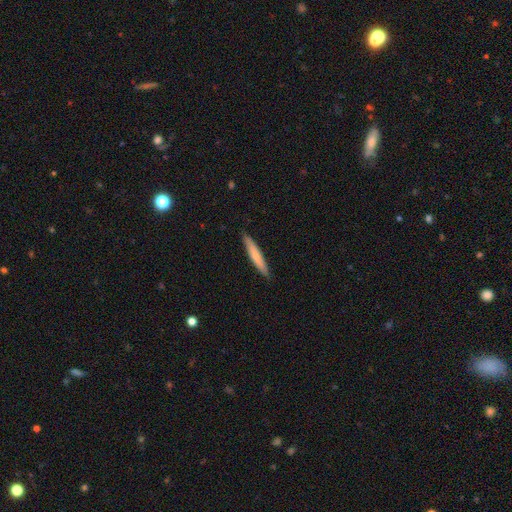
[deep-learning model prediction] smooth 67%, featured or disk 27%, star or artifact 5%. Down the decision tree: how rounded — cigar-shaped (93%); merging — none (88%).